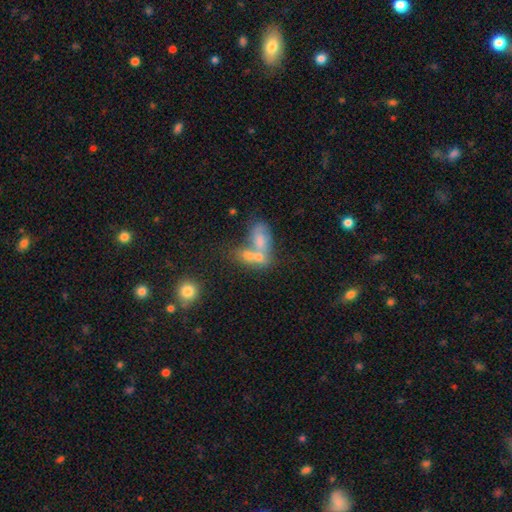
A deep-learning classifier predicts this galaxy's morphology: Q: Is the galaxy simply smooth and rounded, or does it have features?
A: smooth — 57%.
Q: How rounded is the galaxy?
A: in between — 75%.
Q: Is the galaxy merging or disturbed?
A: merger — 63%.